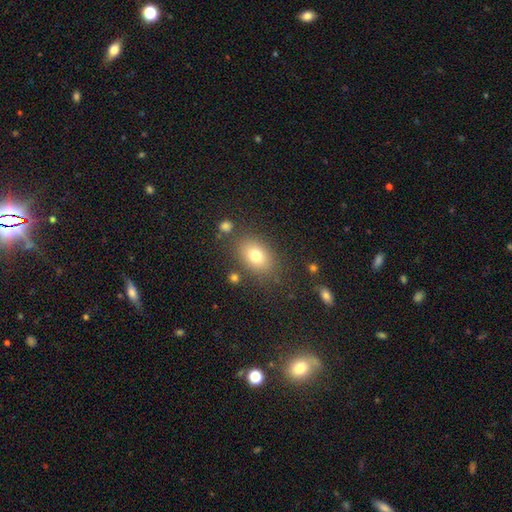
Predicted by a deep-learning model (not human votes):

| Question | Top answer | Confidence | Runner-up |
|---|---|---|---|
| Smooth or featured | smooth | 77% | featured or disk (12%) |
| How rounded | in between | 77% | round (22%) |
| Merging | none | 79% | minor disturbance (12%) |